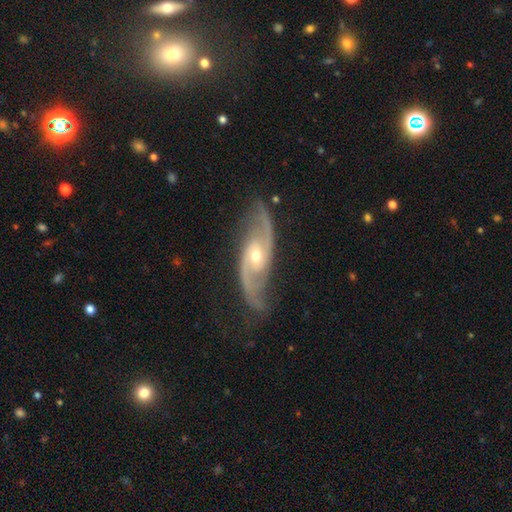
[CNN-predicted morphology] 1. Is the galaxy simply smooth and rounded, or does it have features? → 90% featured or disk, 5% star or artifact, 5% smooth.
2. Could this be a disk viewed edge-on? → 93% no, 7% yes.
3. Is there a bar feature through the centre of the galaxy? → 55% no, 34% weak, 11% strong.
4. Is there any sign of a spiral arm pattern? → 98% yes, 2% no.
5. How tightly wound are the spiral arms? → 49% medium, 31% loose, 20% tight.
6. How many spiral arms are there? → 90% 2, 3% can't tell, 3% 3, 1% 1, 1% 4, 1% more than 4.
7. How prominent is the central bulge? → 49% small, 48% moderate, 2% large, 1% none, 1% dominant.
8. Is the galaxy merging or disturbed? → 77% none, 16% minor disturbance, 6% major disturbance, 1% merger.